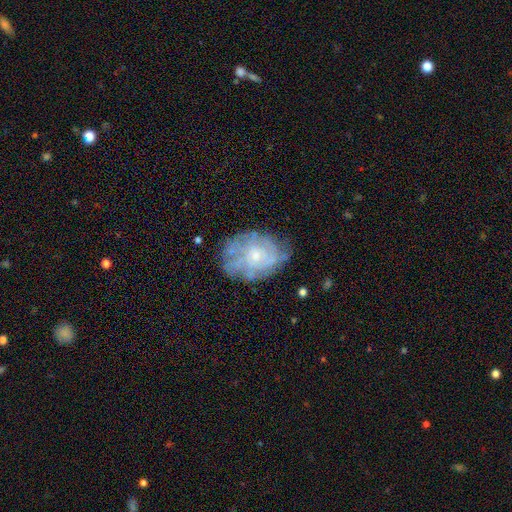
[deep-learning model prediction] Smooth or featured: featured or disk — 66% (smooth — 26%)
Edge-on disk: no — 97% (yes — 3%)
Bar: no — 83% (weak — 15%)
Spiral arms: yes — 70% (no — 30%)
Bulge size: small — 63% (moderate — 30%)
Merging: none — 67% (minor disturbance — 22%)